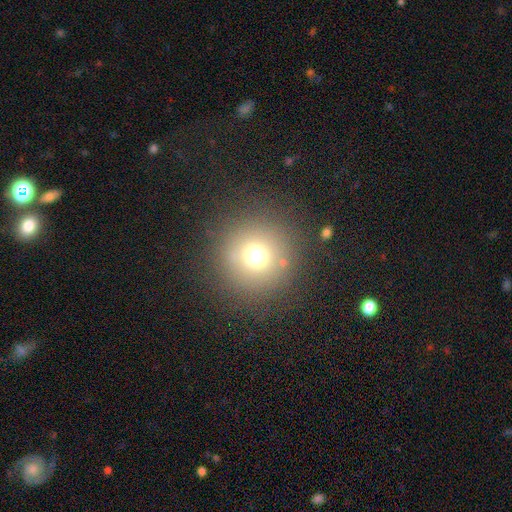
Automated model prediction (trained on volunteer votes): Smooth or featured? smooth (69%)
How rounded? round (96%)
Merging? none (86%)